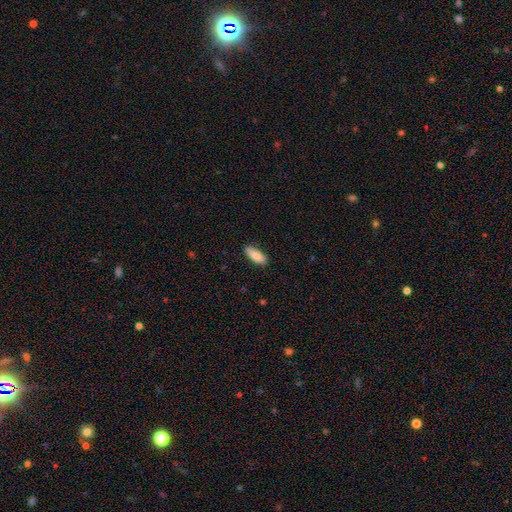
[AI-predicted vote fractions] smooth-or-featured: smooth: 87% | featured or disk: 7% | star or artifact: 6%
  how-rounded: in between: 70% | cigar-shaped: 29% | round: 2%
  merging: none: 85% | minor disturbance: 12% | major disturbance: 2% | merger: 1%